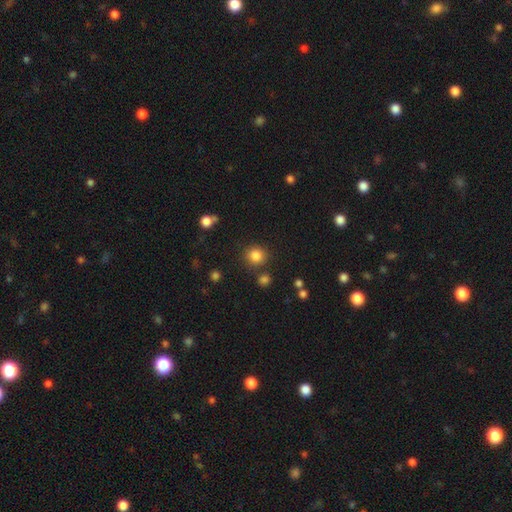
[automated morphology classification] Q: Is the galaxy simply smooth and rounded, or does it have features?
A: smooth — 84%.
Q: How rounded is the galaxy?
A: round — 90%.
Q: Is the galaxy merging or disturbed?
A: none — 82%.